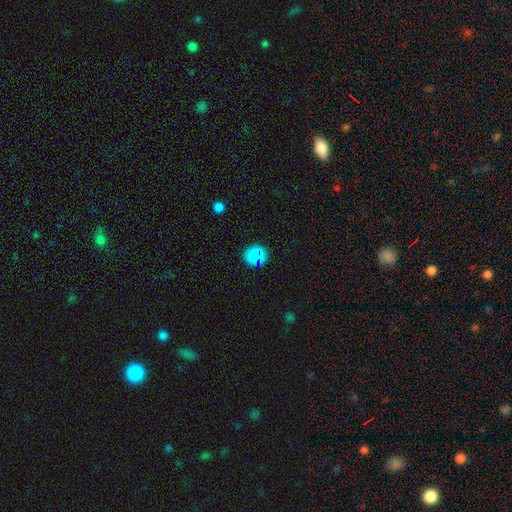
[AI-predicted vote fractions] This is clearly a smooth galaxy (82%). How rounded: clearly round (89%). Merging: clearly none (86%).